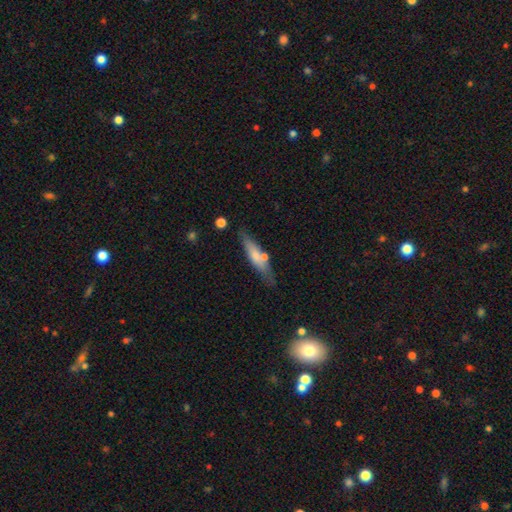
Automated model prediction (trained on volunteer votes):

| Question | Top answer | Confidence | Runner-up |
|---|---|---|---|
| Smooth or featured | smooth | 63% | featured or disk (31%) |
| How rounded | cigar-shaped | 76% | in between (22%) |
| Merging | none | 70% | minor disturbance (16%) |